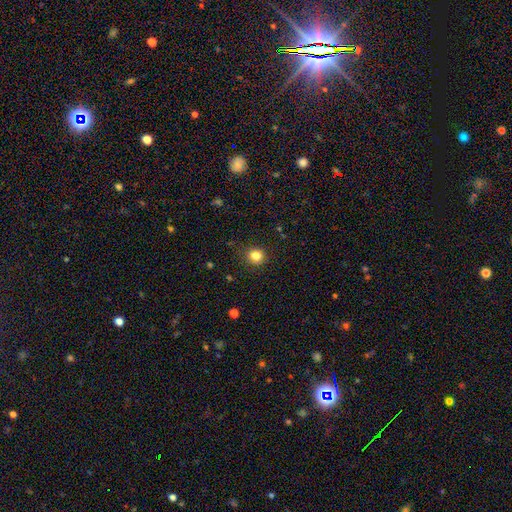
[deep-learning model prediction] Smooth or featured? smooth (83%)
How rounded? round (82%)
Merging? none (86%)